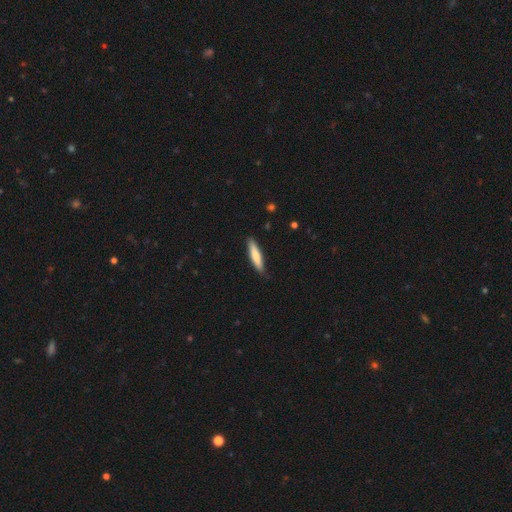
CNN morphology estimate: type=smooth (73%); roundness=cigar-shaped (83%); merging=none (87%).